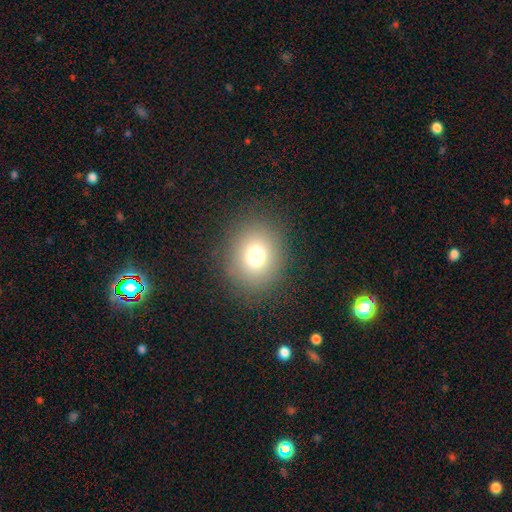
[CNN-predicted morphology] A smooth galaxy with no disk features (73%) that is round (75%). Merging: none (86%).